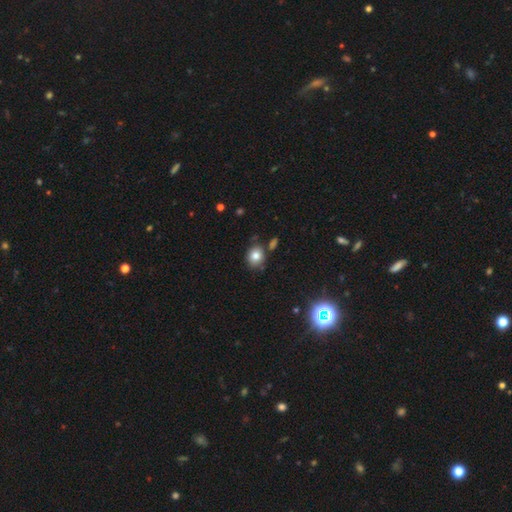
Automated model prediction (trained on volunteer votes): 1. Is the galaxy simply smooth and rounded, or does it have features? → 80% smooth, 11% star or artifact, 8% featured or disk.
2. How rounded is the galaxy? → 63% round, 36% in between, 1% cigar-shaped.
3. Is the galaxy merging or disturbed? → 74% none, 15% minor disturbance, 7% merger, 3% major disturbance.